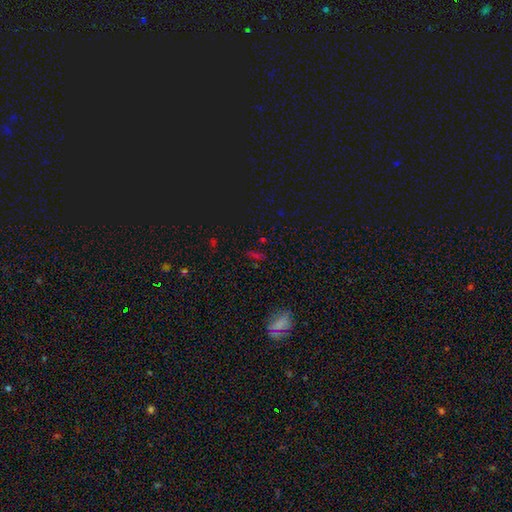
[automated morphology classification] Q: Smooth or featured?
A: star or artifact (60%); runner-up: smooth (28%)